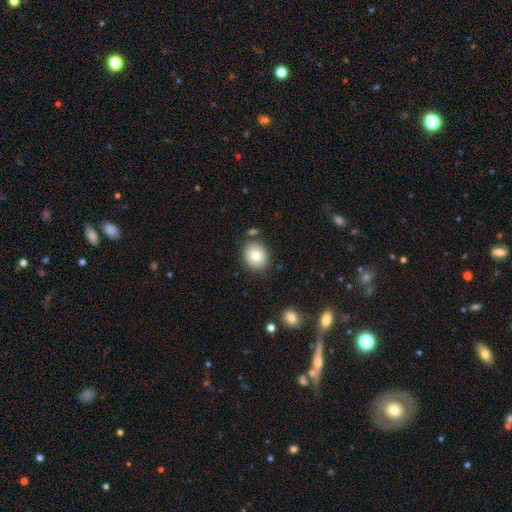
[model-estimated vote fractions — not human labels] smooth-or-featured: smooth: 79% | featured or disk: 12% | star or artifact: 9%
  how-rounded: round: 72% | in between: 27% | cigar-shaped: 1%
  merging: none: 82% | minor disturbance: 10% | merger: 5% | major disturbance: 3%